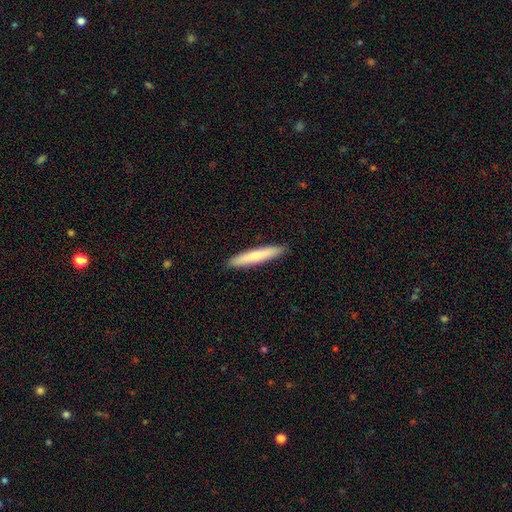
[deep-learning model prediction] smooth-or-featured: smooth: 69% | featured or disk: 25% | star or artifact: 5%
  how-rounded: cigar-shaped: 93% | in between: 6% | round: 1%
  merging: none: 92% | minor disturbance: 6% | major disturbance: 1% | merger: 1%